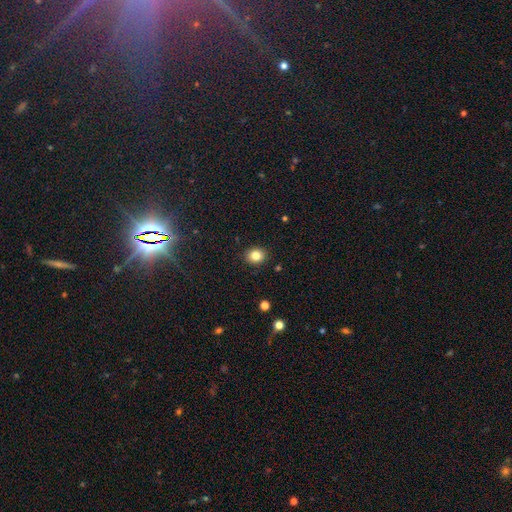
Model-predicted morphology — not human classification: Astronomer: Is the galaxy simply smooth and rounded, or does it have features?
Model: smooth — 83%.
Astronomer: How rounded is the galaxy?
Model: round — 61% (runner-up: in between, 38%).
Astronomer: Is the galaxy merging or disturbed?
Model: none — 90%.